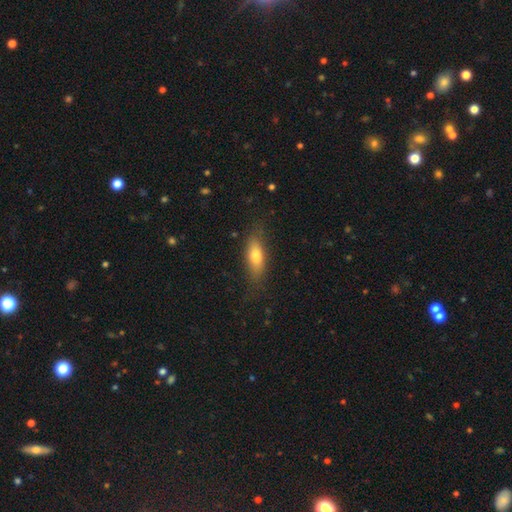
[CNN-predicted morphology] smooth_or_featured: smooth (p=0.72) [alt: featured or disk p=0.20]
how_rounded: in between (p=0.65) [alt: cigar-shaped p=0.32]
merging: none (p=0.78) [alt: minor disturbance p=0.16]